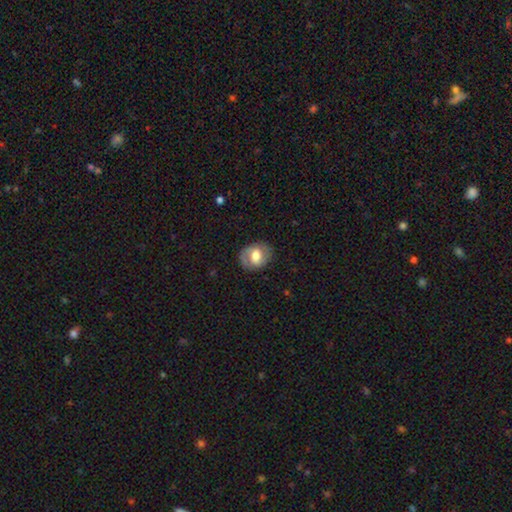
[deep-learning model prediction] A smooth galaxy with no disk features (49%).

Vote fractions:
- Smooth or featured? smooth: 49% / featured or disk: 44% / star or artifact: 7%
- Merging? none: 79% / minor disturbance: 14% / major disturbance: 6% / merger: 1%